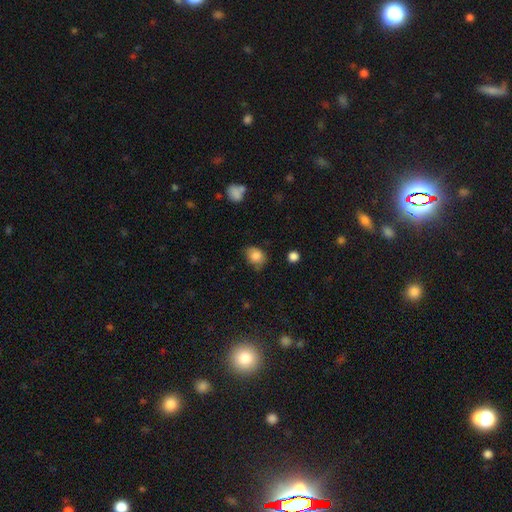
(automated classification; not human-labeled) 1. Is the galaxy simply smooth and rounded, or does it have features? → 84% smooth, 9% star or artifact, 7% featured or disk.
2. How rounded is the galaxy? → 52% in between, 48% round, 1% cigar-shaped.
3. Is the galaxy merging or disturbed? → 64% none, 28% minor disturbance, 6% major disturbance, 2% merger.